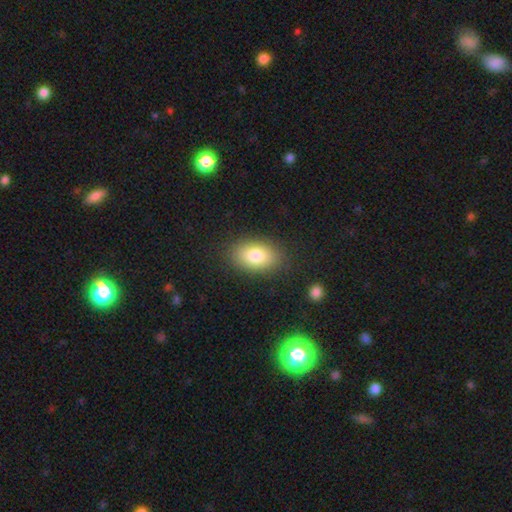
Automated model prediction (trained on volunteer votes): Smooth or featured? Predicted: smooth (p=0.81). How rounded? Predicted: in between (p=0.89). Merging? Predicted: none (p=0.86).